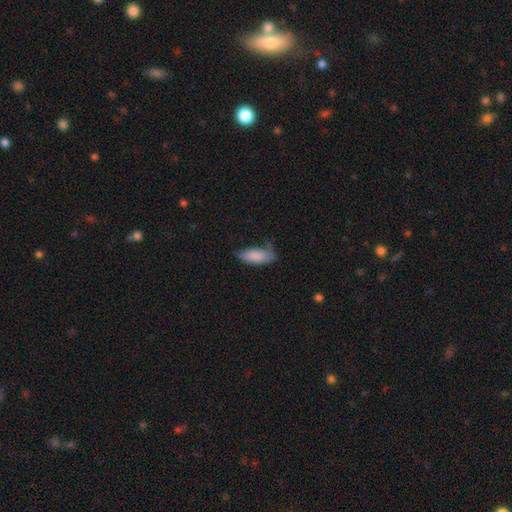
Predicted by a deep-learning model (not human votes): Q: Smooth or featured?
A: smooth (85%); runner-up: featured or disk (9%)
Q: How rounded?
A: in between (78%); runner-up: cigar-shaped (20%)
Q: Merging?
A: none (49%); runner-up: minor disturbance (37%)